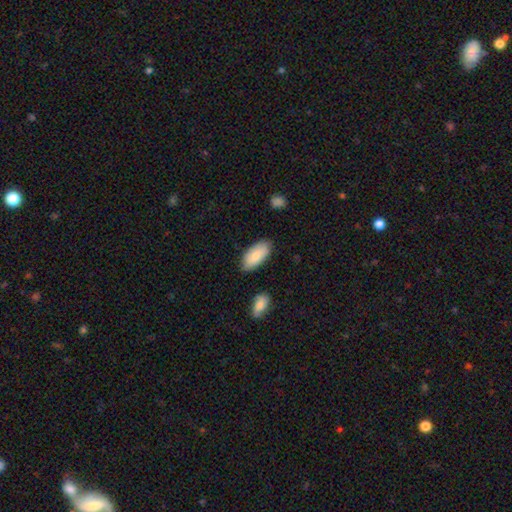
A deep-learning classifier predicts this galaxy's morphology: Overall: smooth (81%). How rounded: in between (94%). Merging: none (80%).